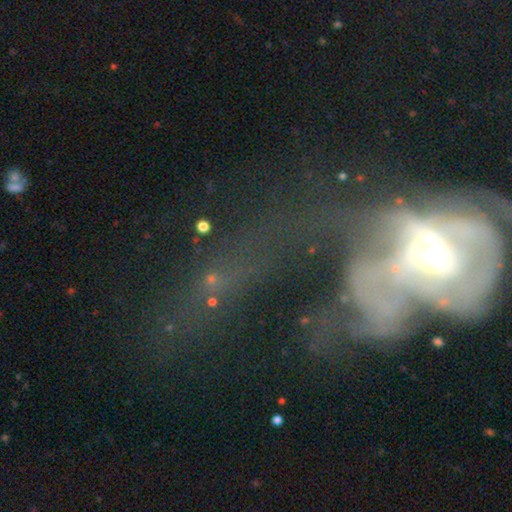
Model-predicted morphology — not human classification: Q: Smooth or featured?
A: featured or disk (65%); runner-up: smooth (18%)
Q: Edge-on disk?
A: no (91%); runner-up: yes (9%)
Q: Bar?
A: no (68%); runner-up: weak (21%)
Q: Spiral arms?
A: no (60%); runner-up: yes (40%)
Q: Bulge size?
A: moderate (63%); runner-up: small (22%)
Q: Merging?
A: major disturbance (61%); runner-up: none (15%)